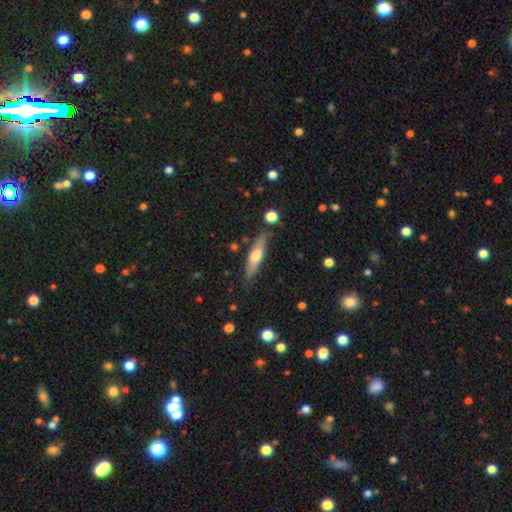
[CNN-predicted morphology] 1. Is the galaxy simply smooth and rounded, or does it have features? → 48% smooth, 46% featured or disk, 6% star or artifact.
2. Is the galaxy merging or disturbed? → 79% none, 14% minor disturbance, 4% merger, 3% major disturbance.